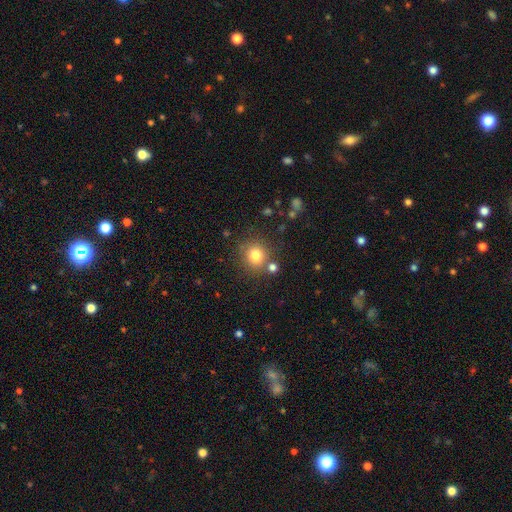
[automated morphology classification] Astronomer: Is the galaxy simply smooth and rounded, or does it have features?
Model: smooth — 79%.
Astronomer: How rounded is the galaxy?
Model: round — 88%.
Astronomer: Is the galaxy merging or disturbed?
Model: none — 78%.